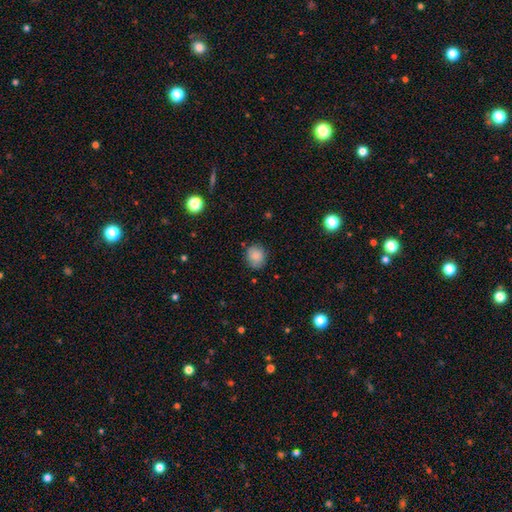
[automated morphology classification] Q: Smooth or featured?
A: smooth (86%); runner-up: star or artifact (9%)
Q: How rounded?
A: round (76%); runner-up: in between (23%)
Q: Merging?
A: none (80%); runner-up: minor disturbance (15%)